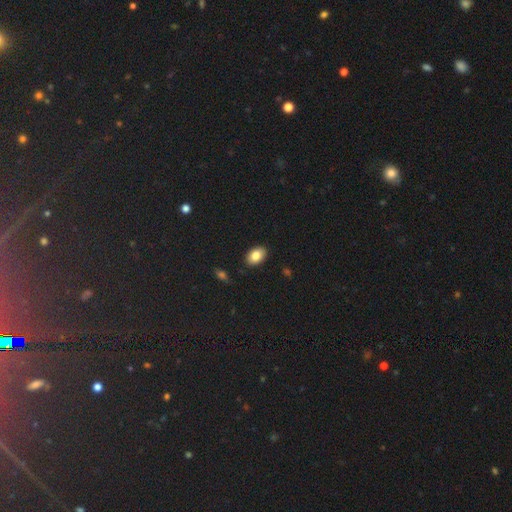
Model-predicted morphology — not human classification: This appears to be a smooth galaxy with no disk features (85%) that is in between round and cigar-shaped (87%). Merging: none (89%).